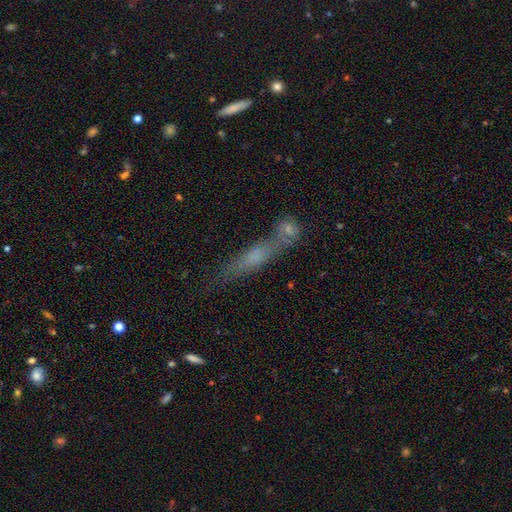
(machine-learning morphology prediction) A smooth galaxy with no disk features (47%).

Vote fractions:
- Smooth or featured? smooth: 47% / featured or disk: 38% / star or artifact: 15%
- Merging? none: 46% / merger: 34% / minor disturbance: 13% / major disturbance: 7%